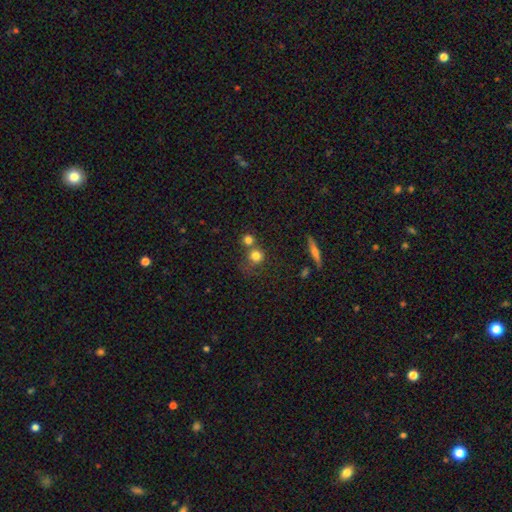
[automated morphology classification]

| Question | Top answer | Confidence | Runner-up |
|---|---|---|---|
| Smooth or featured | smooth | 76% | star or artifact (13%) |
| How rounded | round | 87% | in between (11%) |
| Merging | none | 47% | merger (36%) |